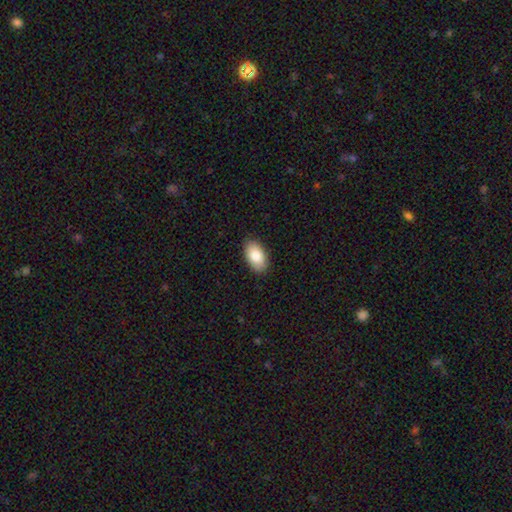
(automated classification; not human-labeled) The model was most divided on "smooth or featured": smooth: 84%, featured or disk: 9%, star or artifact: 6%. More confident: how rounded — in between (94%); merging — none (87%).